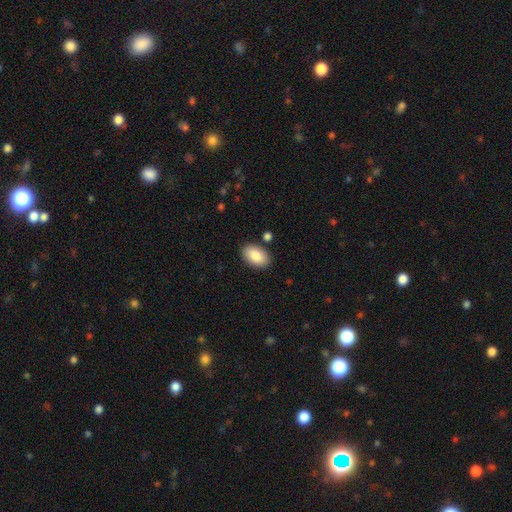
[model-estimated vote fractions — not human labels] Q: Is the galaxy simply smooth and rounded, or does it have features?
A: smooth — 87%.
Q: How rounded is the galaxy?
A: in between — 93%.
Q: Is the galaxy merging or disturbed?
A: none — 85%.